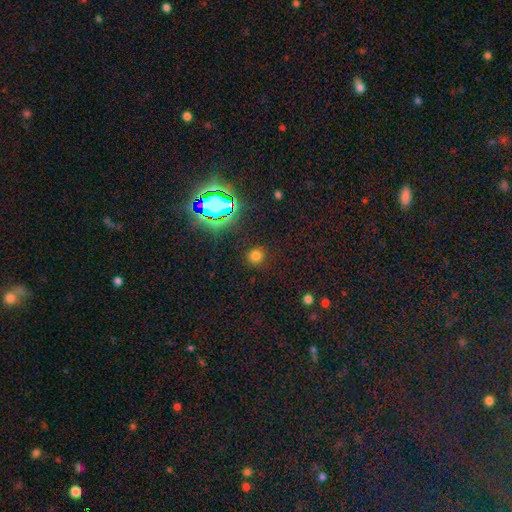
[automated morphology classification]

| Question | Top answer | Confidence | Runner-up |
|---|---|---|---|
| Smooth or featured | smooth | 72% | star or artifact (23%) |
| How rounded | round | 92% | in between (7%) |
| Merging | none | 89% | minor disturbance (7%) |